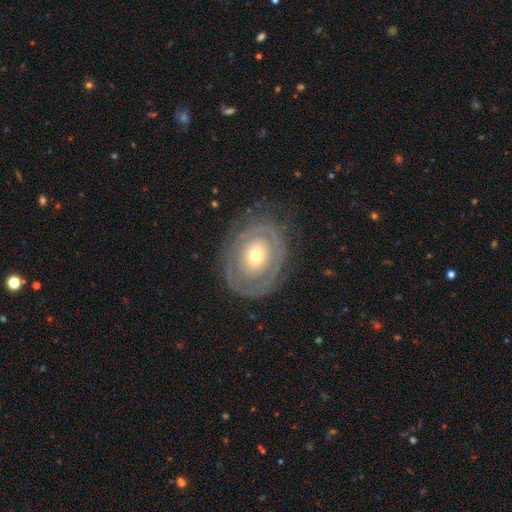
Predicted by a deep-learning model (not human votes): The model was most divided on "bulge size": moderate: 49%, small: 43%, large: 6%, dominant: 1%, none: 1%. More confident: edge-on disk — no (94%); bar — no (88%); merging — none (74%); smooth or featured — featured or disk (67%); spiral arms — no (58%).